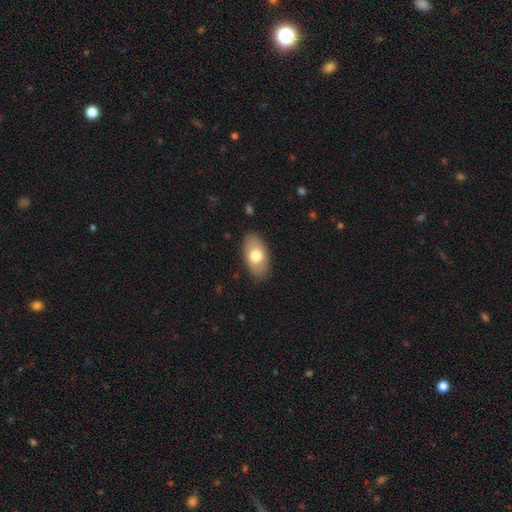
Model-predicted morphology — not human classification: This is likely a smooth galaxy (70%). How rounded: clearly in between (93%). Merging: clearly none (85%).